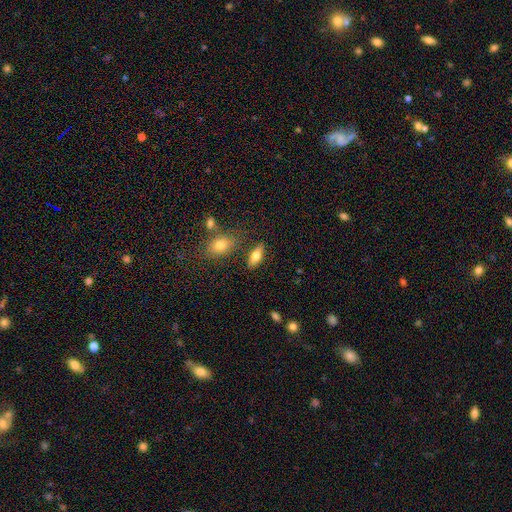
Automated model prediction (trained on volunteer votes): Overall: smooth (70%). How rounded: in between (79%). Merging: none (79%).